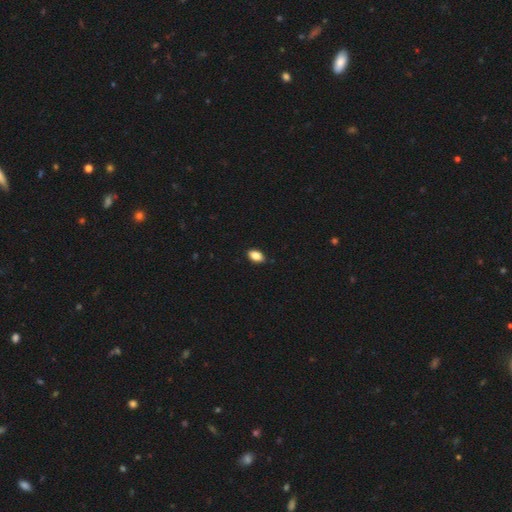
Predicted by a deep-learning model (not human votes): Morphology: type=smooth (85%); roundness=in between (90%); merging=none (88%).